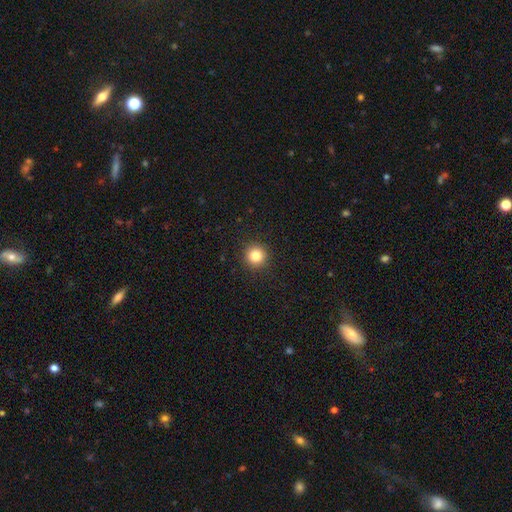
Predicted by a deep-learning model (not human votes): The model was most divided on "smooth or featured": smooth: 83%, star or artifact: 12%, featured or disk: 5%. More confident: how rounded — round (95%); merging — none (92%).